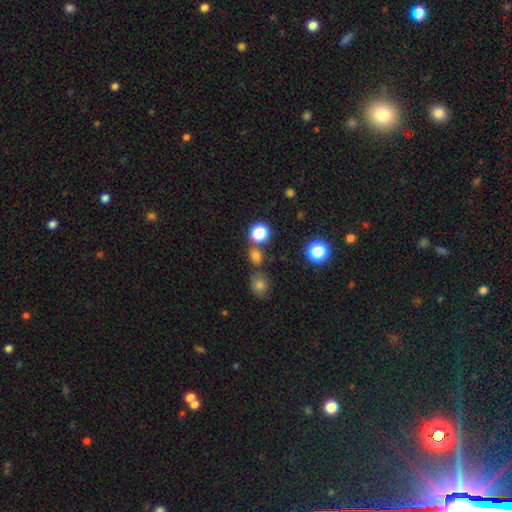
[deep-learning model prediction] Smooth or featured?
  - smooth: 69% *
  - star or artifact: 25%
  - featured or disk: 6%
How rounded?
  - round: 68% *
  - in between: 30%
  - cigar-shaped: 2%
Merging?
  - none: 69% *
  - merger: 16%
  - minor disturbance: 11%
  - major disturbance: 4%